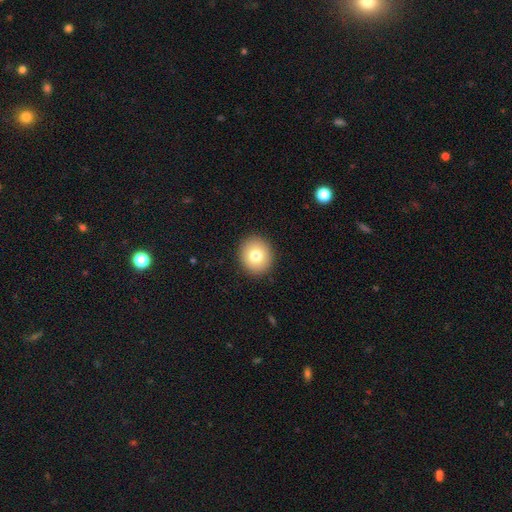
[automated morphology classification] The model was most divided on "smooth or featured": smooth: 77%, featured or disk: 13%, star or artifact: 10%. More confident: merging — none (92%); how rounded — round (83%).